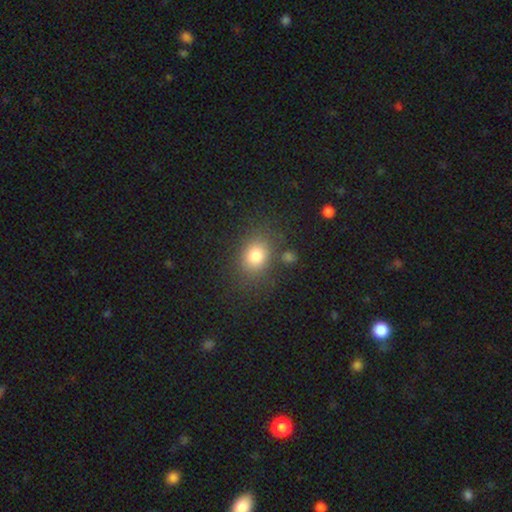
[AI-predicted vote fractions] A smooth galaxy with no disk features (80%) that is round (49%, tied with in between). Merging: none (77%).